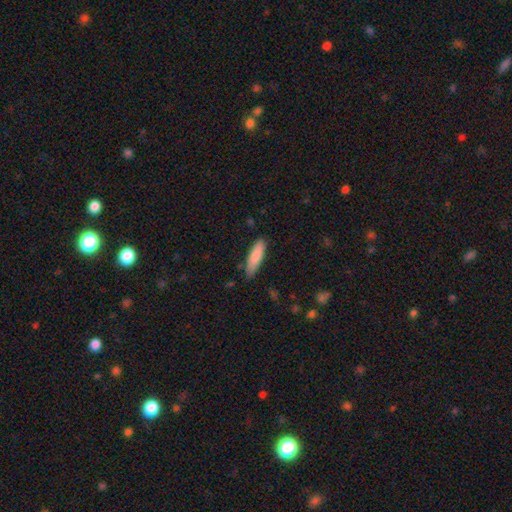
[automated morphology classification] A smooth galaxy with no disk features (85%) that is cigar-shaped (62%). Merging: none (83%).